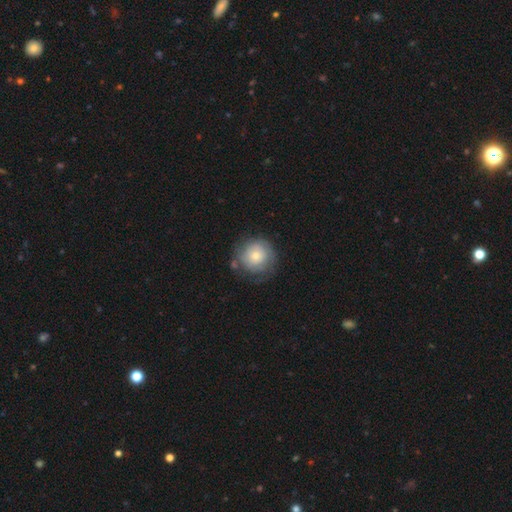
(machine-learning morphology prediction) A smooth galaxy with no disk features (57%) that is round (91%). Merging: none (65%).